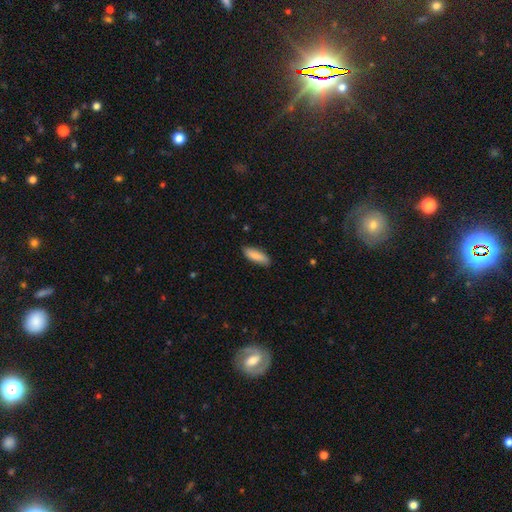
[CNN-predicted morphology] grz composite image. It shows a smooth galaxy with no disk features (87%) that is in between round and cigar-shaped (58%). Merging: none (85%).